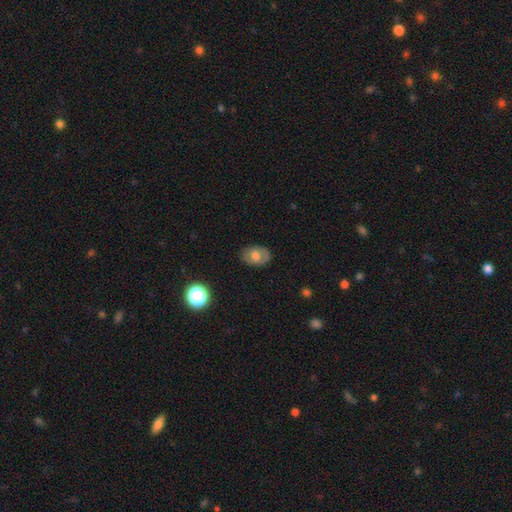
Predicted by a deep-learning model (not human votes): A smooth galaxy with no disk features (64%) that is in between round and cigar-shaped (79%).

Vote fractions:
- Smooth or featured? smooth: 64% / featured or disk: 27% / star or artifact: 9%
- How rounded? in between: 79% / round: 20% / cigar-shaped: 1%
- Merging? none: 80% / minor disturbance: 15% / major disturbance: 4% / merger: 1%